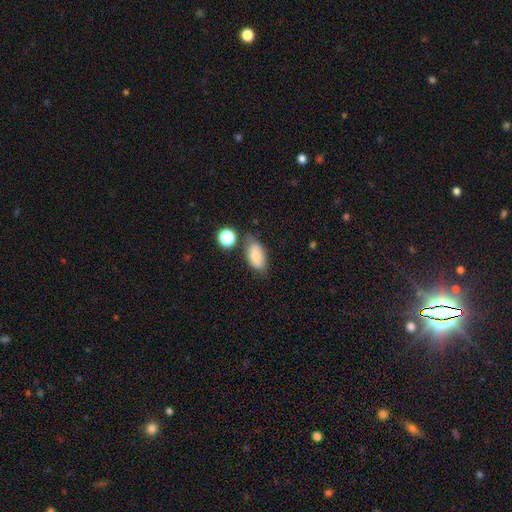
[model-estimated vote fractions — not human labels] Morphology: type=smooth (77%); roundness=in between (91%); merging=none (65%).